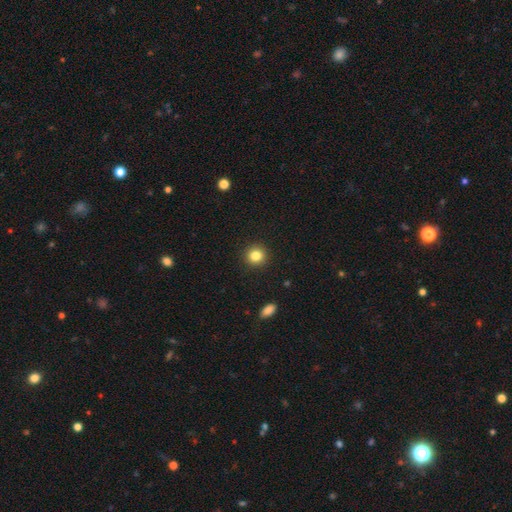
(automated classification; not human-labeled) smooth-or-featured: smooth: 83% | star or artifact: 11% | featured or disk: 6%
  how-rounded: round: 91% | in between: 8% | cigar-shaped: 1%
  merging: none: 92% | minor disturbance: 5% | major disturbance: 2% | merger: 1%